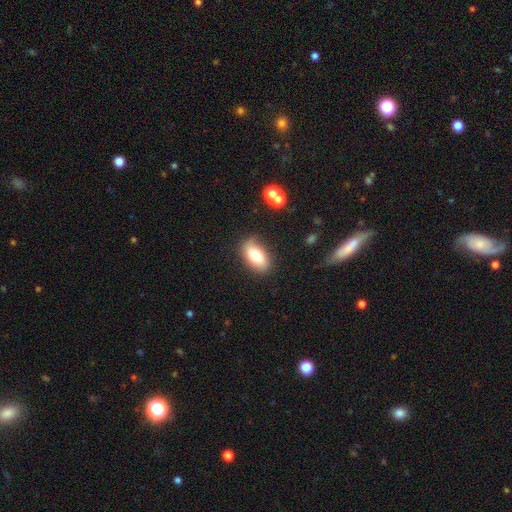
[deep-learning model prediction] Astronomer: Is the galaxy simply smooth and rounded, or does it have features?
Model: smooth — 75%.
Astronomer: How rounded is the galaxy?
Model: in between — 90%.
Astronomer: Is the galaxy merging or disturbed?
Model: none — 80%.